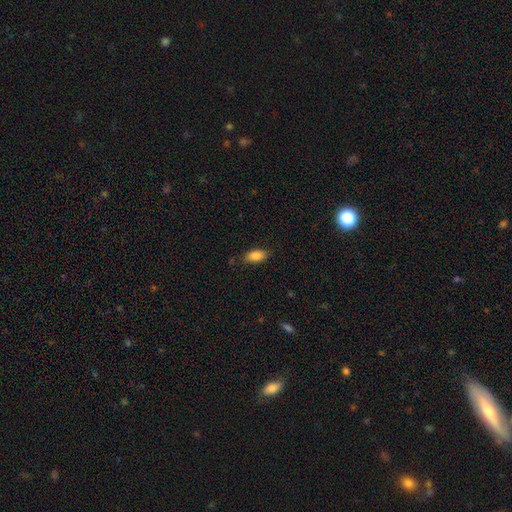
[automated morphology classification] smooth-or-featured: smooth: 86% | star or artifact: 8% | featured or disk: 7%
  how-rounded: in between: 89% | cigar-shaped: 7% | round: 4%
  merging: none: 81% | minor disturbance: 14% | major disturbance: 3% | merger: 1%